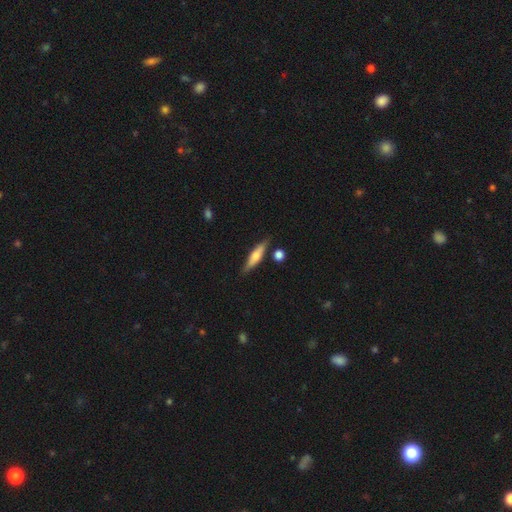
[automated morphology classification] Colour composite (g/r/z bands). It shows a smooth galaxy with no disk features (51%) that is cigar-shaped (73%). Merging: none (79%).